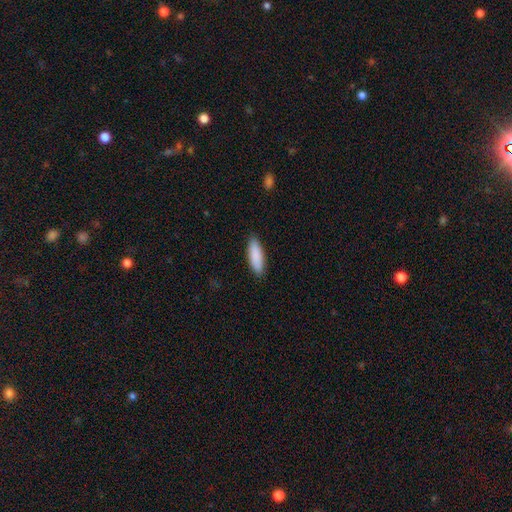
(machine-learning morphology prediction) smooth-or-featured: smooth: 89% | star or artifact: 5% | featured or disk: 5%
  how-rounded: in between: 61% | cigar-shaped: 38% | round: 2%
  merging: none: 88% | minor disturbance: 9% | major disturbance: 2% | merger: 1%